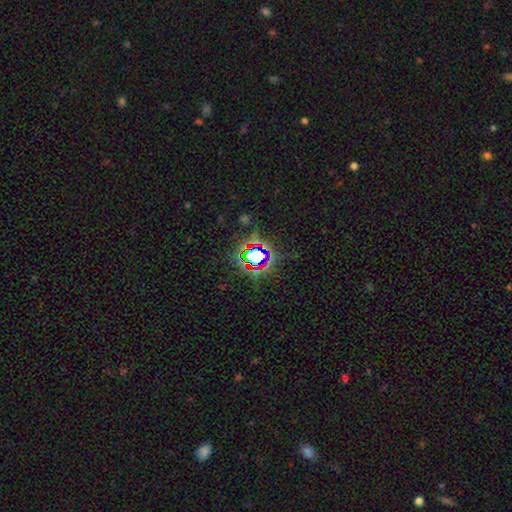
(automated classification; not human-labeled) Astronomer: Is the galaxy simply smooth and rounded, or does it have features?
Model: star or artifact — 73%.